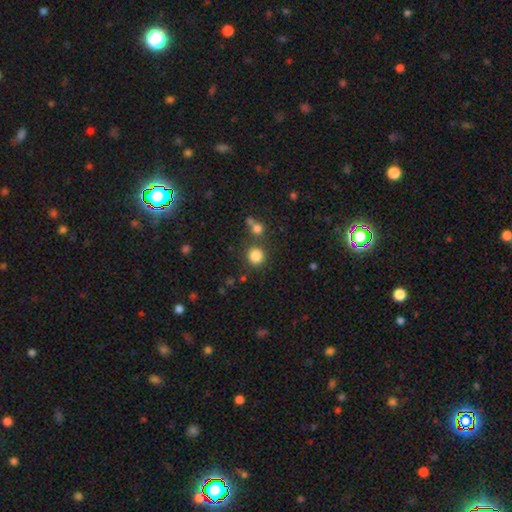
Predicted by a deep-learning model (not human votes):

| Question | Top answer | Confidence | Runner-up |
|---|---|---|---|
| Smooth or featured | smooth | 84% | star or artifact (12%) |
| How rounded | round | 92% | in between (7%) |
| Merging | none | 81% | merger (9%) |